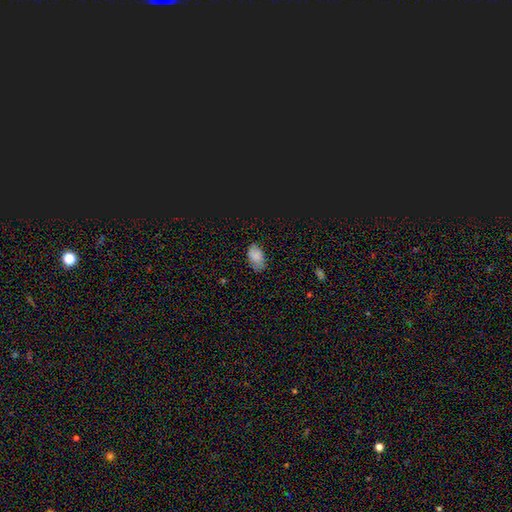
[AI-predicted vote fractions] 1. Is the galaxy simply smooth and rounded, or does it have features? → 81% smooth, 13% star or artifact, 7% featured or disk.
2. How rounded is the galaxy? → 91% in between, 7% round, 2% cigar-shaped.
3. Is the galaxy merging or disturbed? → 71% none, 23% minor disturbance, 4% major disturbance, 1% merger.